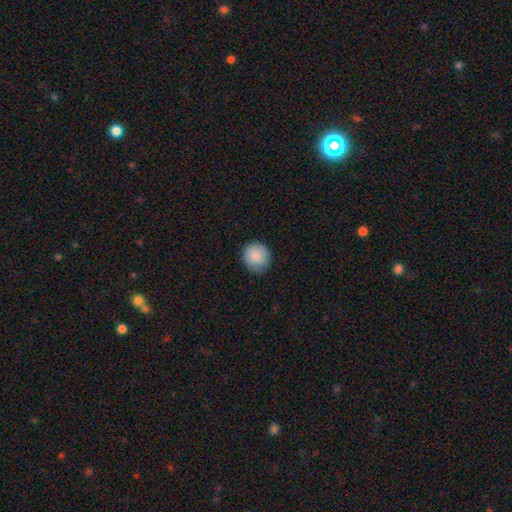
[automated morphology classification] This is clearly a smooth galaxy (86%). How rounded: clearly round (85%). Merging: clearly none (82%).